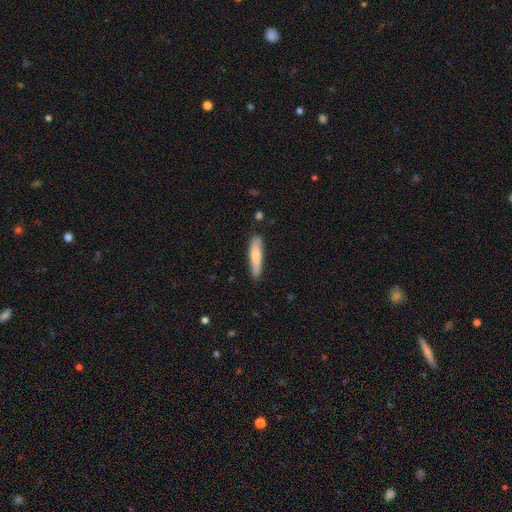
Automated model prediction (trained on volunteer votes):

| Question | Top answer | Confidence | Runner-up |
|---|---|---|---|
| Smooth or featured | smooth | 72% | featured or disk (22%) |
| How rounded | cigar-shaped | 79% | in between (19%) |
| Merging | none | 77% | minor disturbance (18%) |